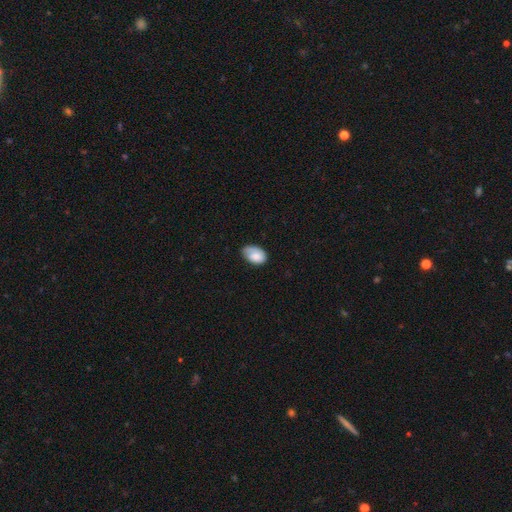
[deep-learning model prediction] A smooth galaxy with no disk features (78%) that is in between round and cigar-shaped (89%).

Vote fractions:
- Smooth or featured? smooth: 78% / featured or disk: 15% / star or artifact: 7%
- How rounded? in between: 89% / round: 10% / cigar-shaped: 1%
- Merging? none: 51% / minor disturbance: 37% / major disturbance: 11% / merger: 2%